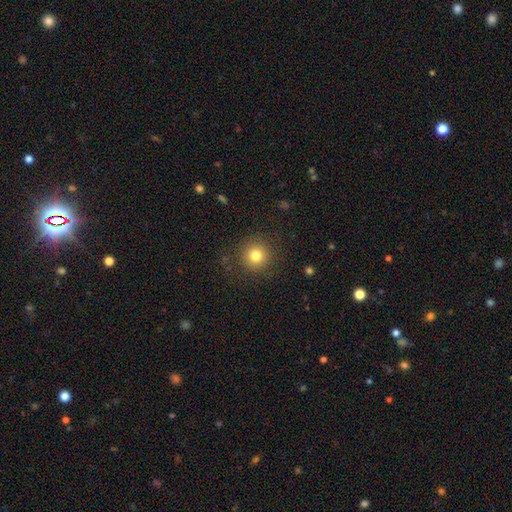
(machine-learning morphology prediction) A smooth galaxy with no disk features (80%) that is round (94%). Merging: none (88%).